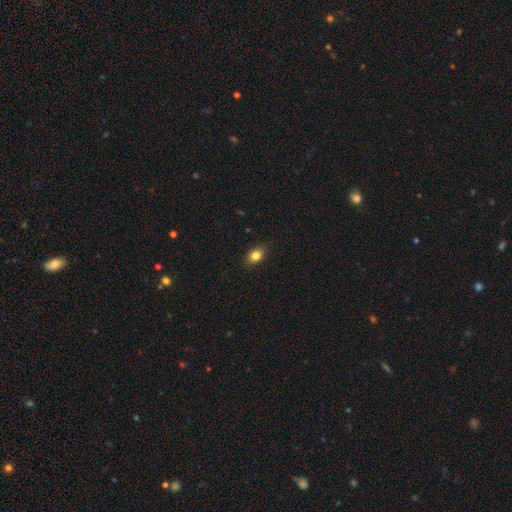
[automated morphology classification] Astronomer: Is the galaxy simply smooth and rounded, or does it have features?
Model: smooth — 82%.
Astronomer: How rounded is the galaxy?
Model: in between — 70%.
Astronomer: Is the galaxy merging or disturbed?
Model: none — 84%.